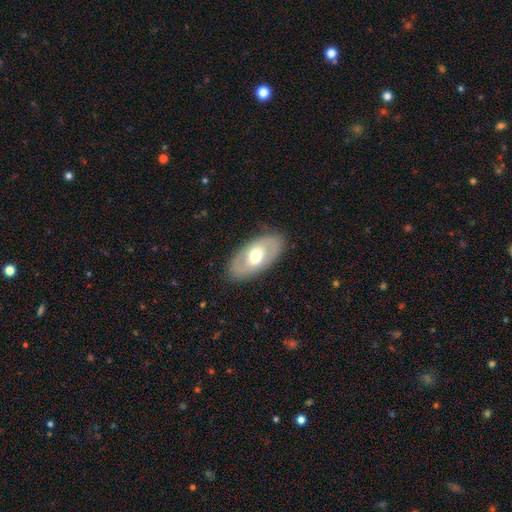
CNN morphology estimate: Q: Smooth or featured?
A: featured or disk (53%); runner-up: smooth (41%)
Q: Edge-on disk?
A: no (88%); runner-up: yes (12%)
Q: Merging?
A: none (84%); runner-up: minor disturbance (11%)